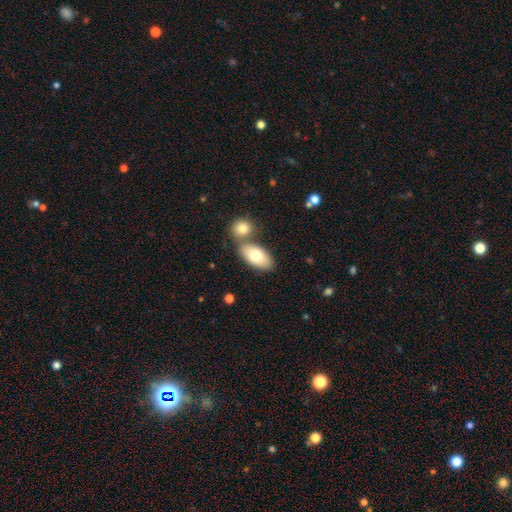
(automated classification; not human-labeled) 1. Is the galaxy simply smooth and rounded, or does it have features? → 76% smooth, 18% featured or disk, 6% star or artifact.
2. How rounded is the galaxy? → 93% in between, 4% round, 3% cigar-shaped.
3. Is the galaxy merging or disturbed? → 54% none, 34% merger, 9% minor disturbance, 3% major disturbance.